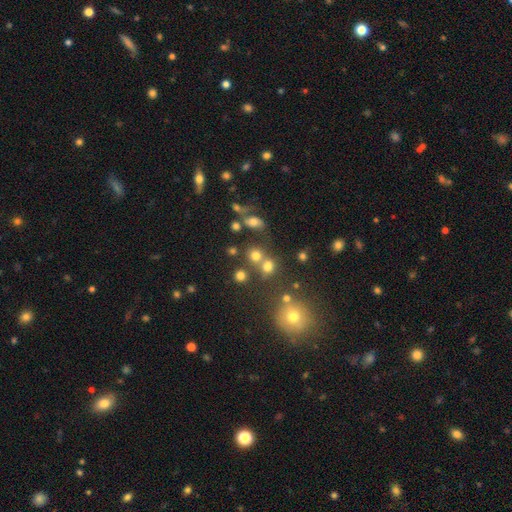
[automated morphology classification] The model was most divided on "merging": none: 56%, merger: 30%, minor disturbance: 9%, major disturbance: 5%. More confident: how rounded — round (82%); smooth or featured — smooth (72%).